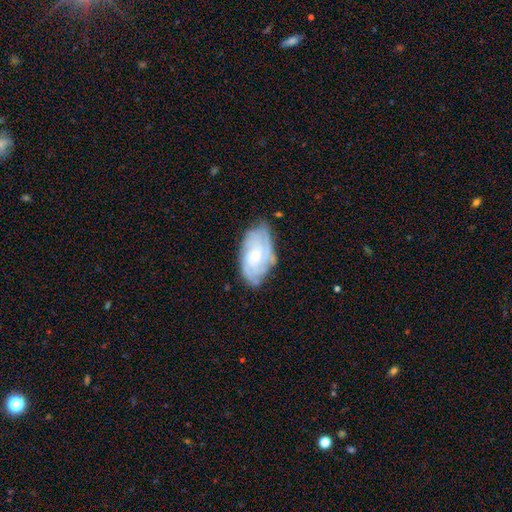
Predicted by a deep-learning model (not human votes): Smooth or featured? featured or disk (70%)
Edge-on disk? no (96%)
Bar? no (70%)
Spiral arms? yes (91%)
Spiral winding? tight (65%)
Spiral arm count? can't tell (46%)
Bulge size? small (46%)
Merging? none (68%)